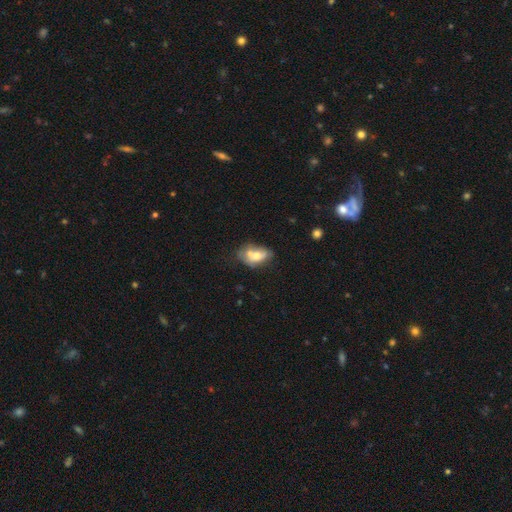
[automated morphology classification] smooth-or-featured: smooth: 59% | featured or disk: 32% | star or artifact: 9%
  how-rounded: in between: 85% | round: 12% | cigar-shaped: 2%
  merging: merger: 38% | none: 29% | minor disturbance: 21% | major disturbance: 12%